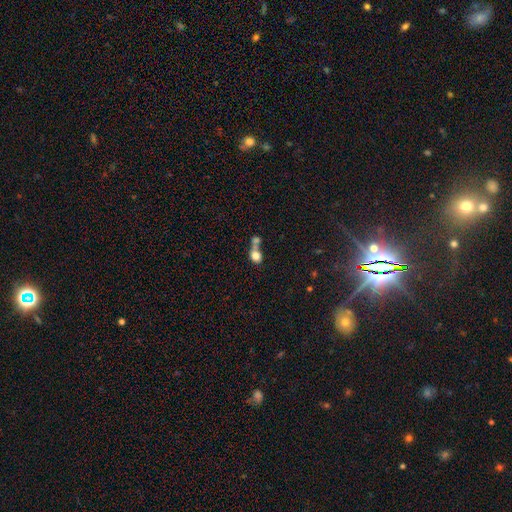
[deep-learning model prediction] Smooth or featured: smooth — 77% (featured or disk — 13%)
How rounded: round — 60% (in between — 38%)
Merging: merger — 61% (none — 26%)